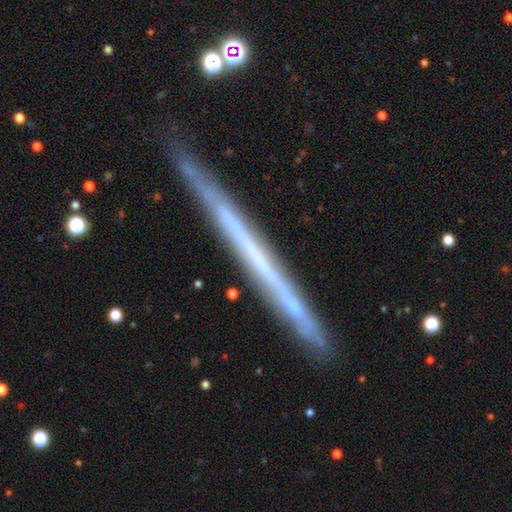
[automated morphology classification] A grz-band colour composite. It shows a featured or disk galaxy (65%) viewed edge-on (96%) with no central bulge (94%). Merging: none (87%).